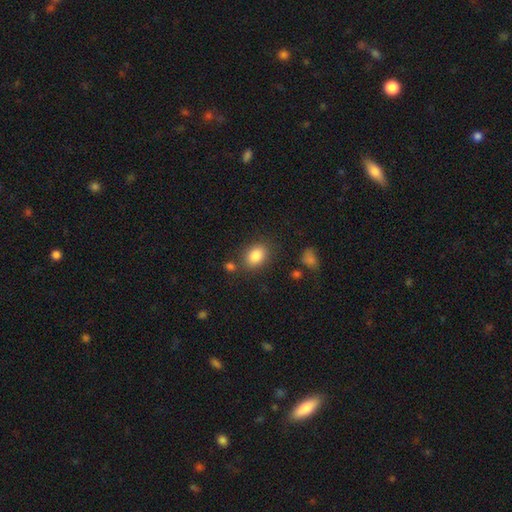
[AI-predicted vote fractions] Overall: smooth (85%). How rounded: in between (73%). Merging: none (78%).